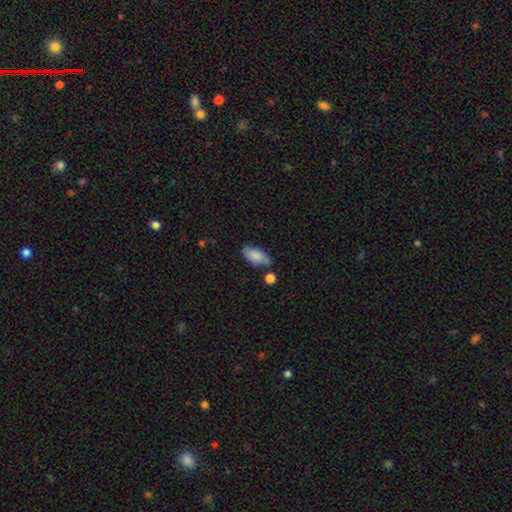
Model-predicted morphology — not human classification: Smooth or featured?
  - smooth: 82% *
  - featured or disk: 11%
  - star or artifact: 7%
How rounded?
  - in between: 89% *
  - cigar-shaped: 8%
  - round: 3%
Merging?
  - none: 64% *
  - minor disturbance: 22%
  - merger: 9%
  - major disturbance: 5%